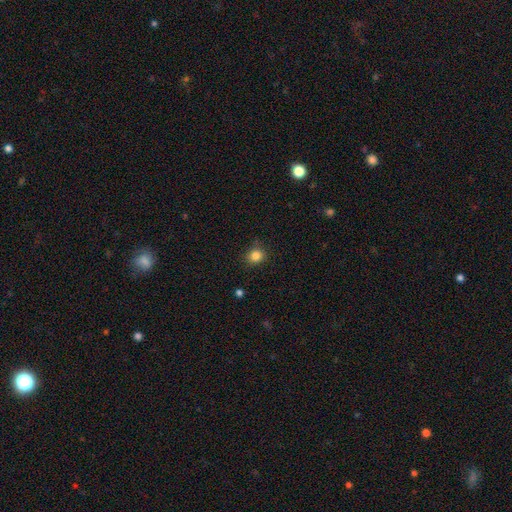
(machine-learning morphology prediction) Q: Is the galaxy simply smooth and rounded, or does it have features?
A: smooth — 84%.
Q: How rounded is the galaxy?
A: round — 82%.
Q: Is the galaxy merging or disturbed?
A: none — 84%.